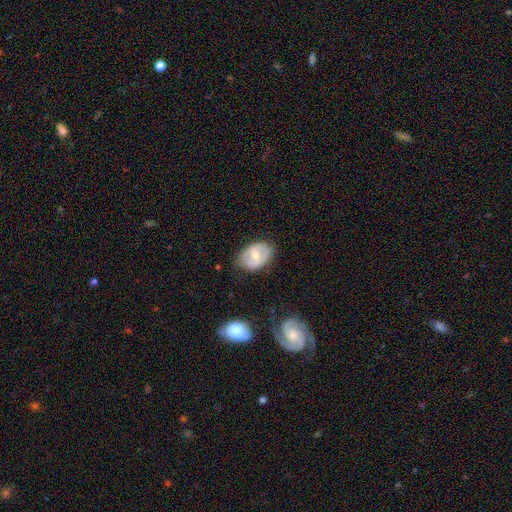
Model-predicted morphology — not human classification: Smooth or featured: featured or disk — 50% (smooth — 44%)
Merging: none — 77% (minor disturbance — 17%)